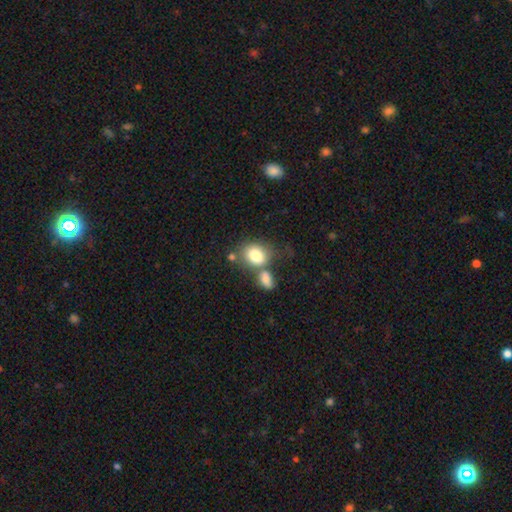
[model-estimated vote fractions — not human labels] Smooth or featured? smooth (81%)
How rounded? in between (61%)
Merging? none (42%)